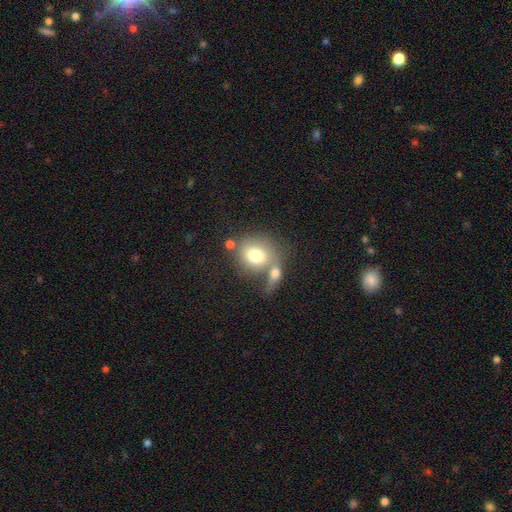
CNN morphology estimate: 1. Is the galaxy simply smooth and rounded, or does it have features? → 74% smooth, 18% featured or disk, 8% star or artifact.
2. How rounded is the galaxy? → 71% round, 28% in between, 1% cigar-shaped.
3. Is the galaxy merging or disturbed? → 41% merger, 40% none, 12% minor disturbance, 7% major disturbance.